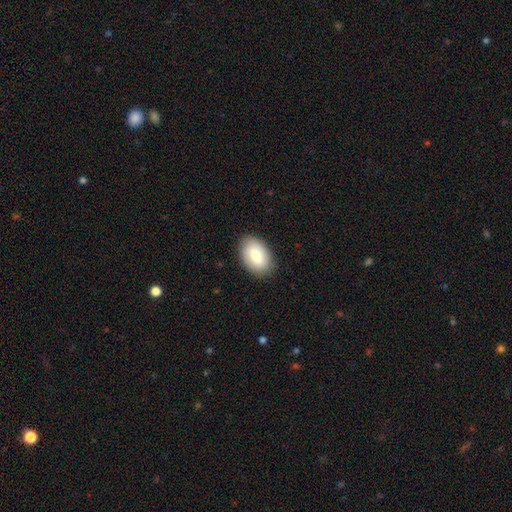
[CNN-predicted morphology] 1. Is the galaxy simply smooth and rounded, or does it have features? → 75% smooth, 19% featured or disk, 6% star or artifact.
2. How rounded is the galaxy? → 90% in between, 8% round, 1% cigar-shaped.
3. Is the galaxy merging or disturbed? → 86% none, 11% minor disturbance, 3% major disturbance, 1% merger.